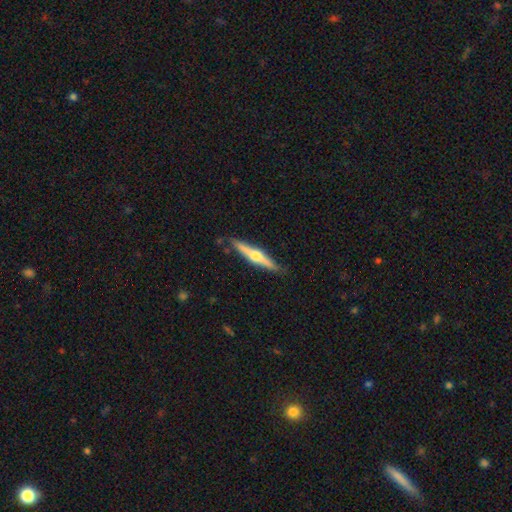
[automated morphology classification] smooth-or-featured: featured or disk: 70% | smooth: 25% | star or artifact: 5%
  disk-edge-on: yes: 98% | no: 2%
    edge-on-bulge: rounded: 94% | boxy: 3% | none: 3%
  merging: none: 86% | minor disturbance: 10% | major disturbance: 2% | merger: 2%